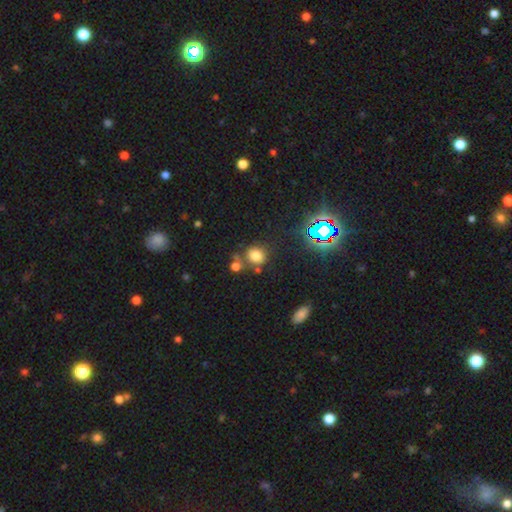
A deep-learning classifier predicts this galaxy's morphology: smooth-or-featured: smooth: 72% | star or artifact: 21% | featured or disk: 7%
  how-rounded: round: 77% | in between: 22% | cigar-shaped: 1%
  merging: none: 65% | merger: 18% | minor disturbance: 12% | major disturbance: 5%